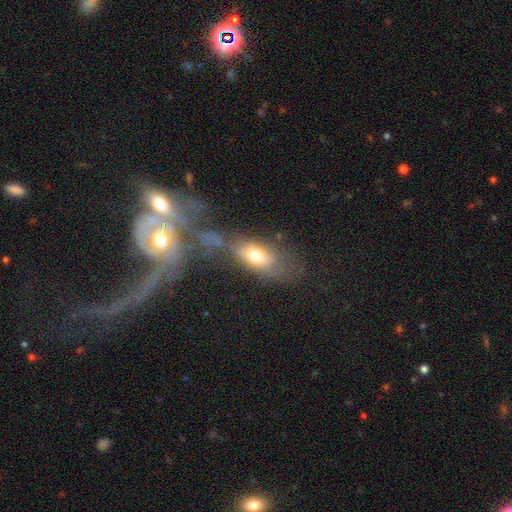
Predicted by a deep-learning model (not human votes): smooth 64%, featured or disk 25%, star or artifact 11%. Down the decision tree: how rounded — in between (82%); merging — none (34%).